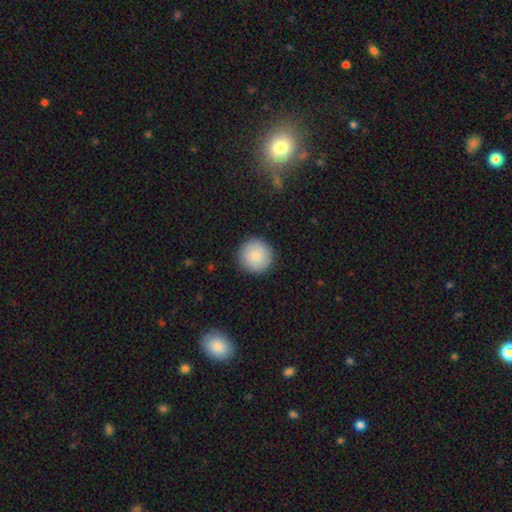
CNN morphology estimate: smooth-or-featured: smooth: 84% | featured or disk: 10% | star or artifact: 6%
  how-rounded: round: 96% | in between: 3% | cigar-shaped: 1%
  merging: none: 90% | minor disturbance: 7% | major disturbance: 2% | merger: 1%